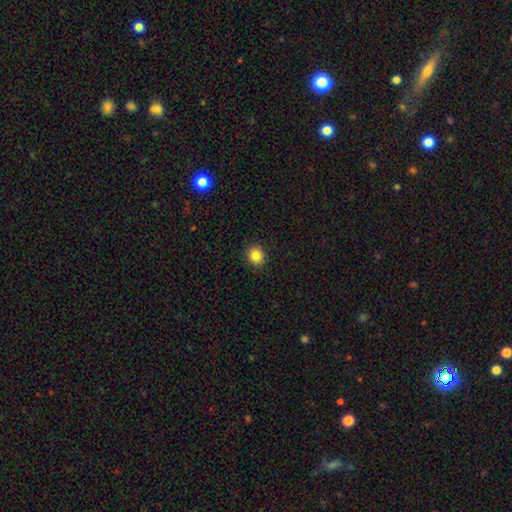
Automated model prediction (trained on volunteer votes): Smooth or featured: smooth — 85% (star or artifact — 11%)
How rounded: round — 83% (in between — 17%)
Merging: none — 91% (minor disturbance — 7%)